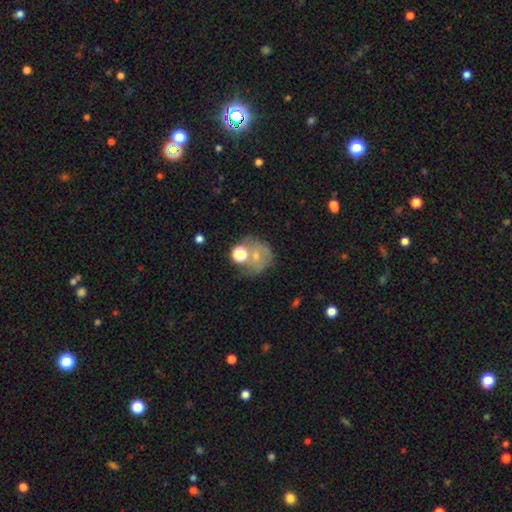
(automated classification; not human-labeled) smooth 52%, featured or disk 31%, star or artifact 16%. Down the decision tree: how rounded — round (74%); merging — none (42%).